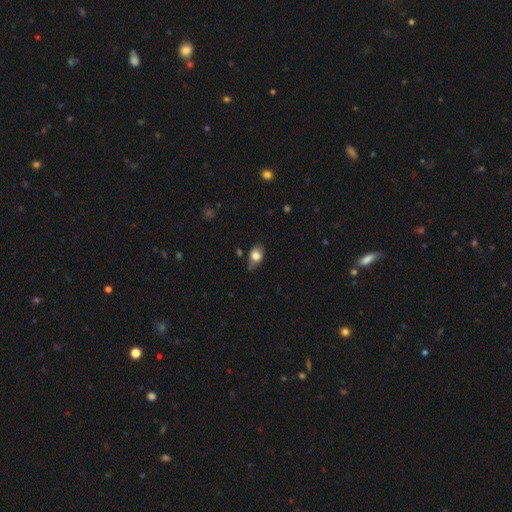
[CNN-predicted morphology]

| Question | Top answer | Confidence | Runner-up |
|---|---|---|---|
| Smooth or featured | smooth | 78% | featured or disk (14%) |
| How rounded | in between | 79% | round (19%) |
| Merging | none | 64% | minor disturbance (28%) |